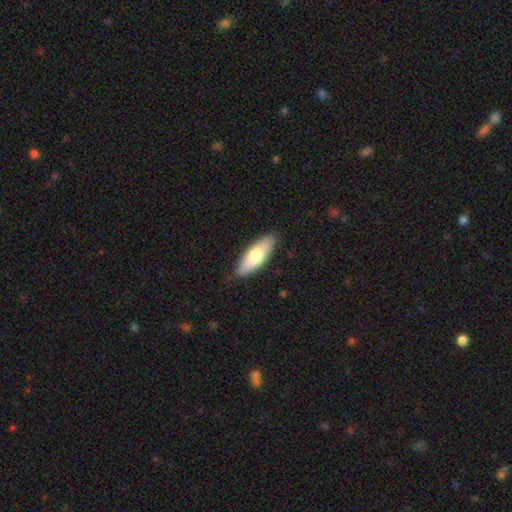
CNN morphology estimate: smooth 71%, featured or disk 24%, star or artifact 5%. Down the decision tree: how rounded — in between (59%); merging — none (87%).